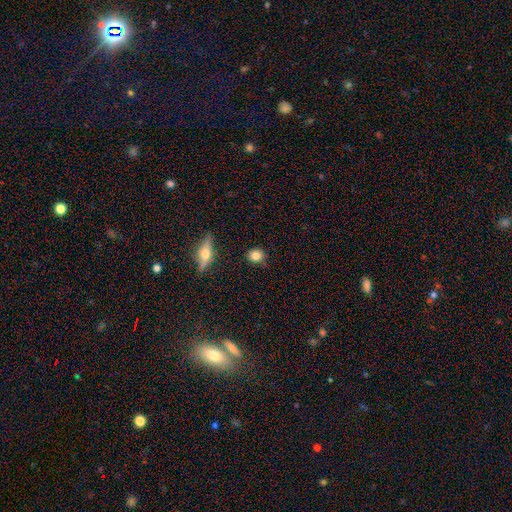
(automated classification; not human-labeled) Q: Smooth or featured?
A: smooth (81%); runner-up: featured or disk (10%)
Q: How rounded?
A: round (77%); runner-up: in between (20%)
Q: Merging?
A: none (83%); runner-up: minor disturbance (12%)